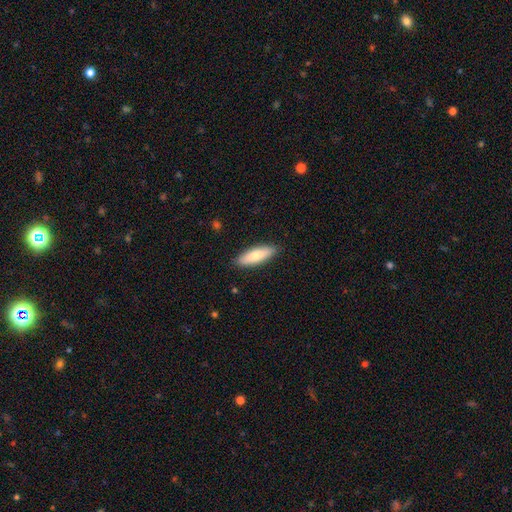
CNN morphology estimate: Q: Smooth or featured?
A: smooth (76%); runner-up: featured or disk (19%)
Q: How rounded?
A: in between (53%); runner-up: cigar-shaped (45%)
Q: Merging?
A: none (88%); runner-up: minor disturbance (9%)